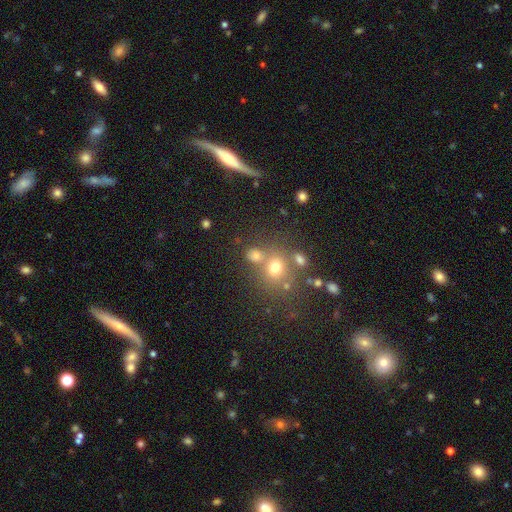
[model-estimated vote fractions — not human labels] smooth-or-featured: smooth: 69% | star or artifact: 20% | featured or disk: 11%
  how-rounded: round: 64% | in between: 34% | cigar-shaped: 1%
  merging: none: 56% | merger: 27% | minor disturbance: 11% | major disturbance: 6%